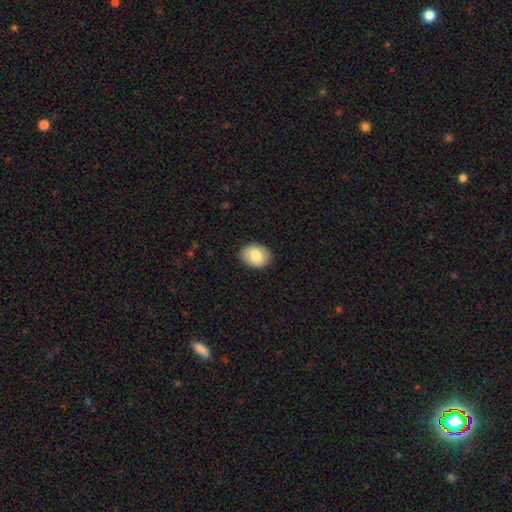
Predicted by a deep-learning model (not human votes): Smooth or featured?
  - smooth: 85% *
  - featured or disk: 8%
  - star or artifact: 7%
How rounded?
  - in between: 63% *
  - round: 36%
  - cigar-shaped: 1%
Merging?
  - none: 88% *
  - minor disturbance: 9%
  - major disturbance: 2%
  - merger: 1%